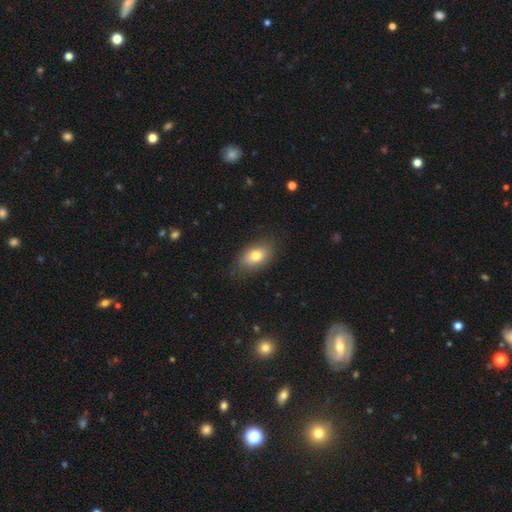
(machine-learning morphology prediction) The model was most divided on "smooth or featured": smooth: 77%, featured or disk: 14%, star or artifact: 9%. More confident: how rounded — in between (86%); merging — none (80%).